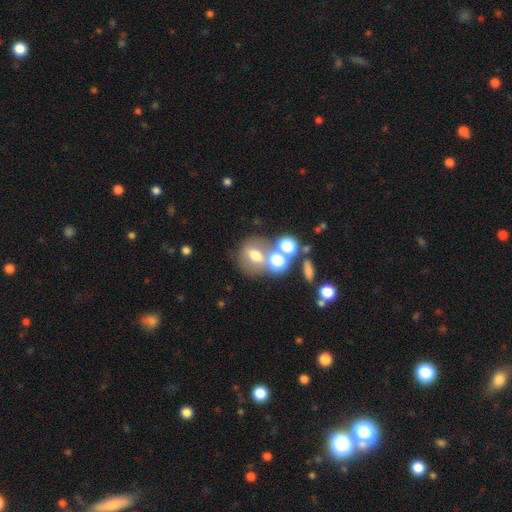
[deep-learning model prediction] Smooth or featured?
  - smooth: 59% *
  - featured or disk: 23%
  - star or artifact: 19%
How rounded?
  - round: 67% *
  - in between: 32%
  - cigar-shaped: 1%
Merging?
  - none: 51% *
  - merger: 29%
  - minor disturbance: 12%
  - major disturbance: 7%